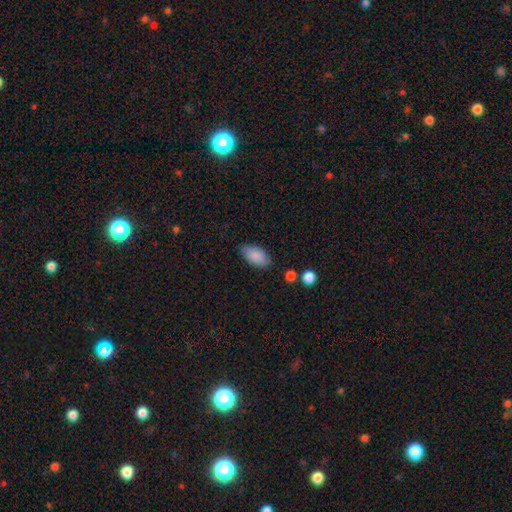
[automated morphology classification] smooth 87%, featured or disk 7%, star or artifact 7%. Down the decision tree: how rounded — in between (93%); merging — none (79%).